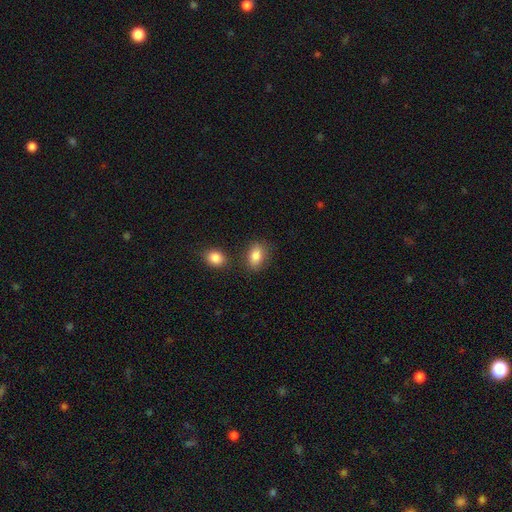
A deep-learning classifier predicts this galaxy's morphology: Smooth or featured: smooth — 85% (star or artifact — 8%)
How rounded: in between — 81% (round — 18%)
Merging: none — 75% (minor disturbance — 13%)